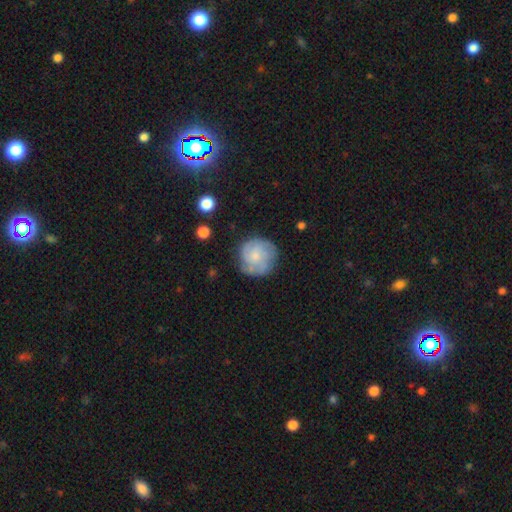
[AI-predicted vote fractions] smooth_or_featured: featured or disk (p=0.49) [alt: smooth p=0.44]
merging: none (p=0.71) [alt: minor disturbance p=0.20]